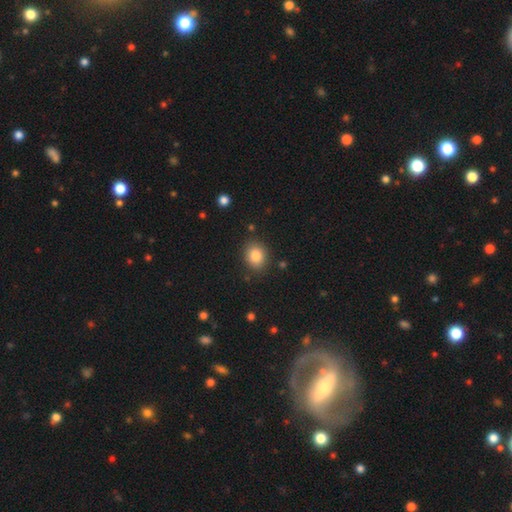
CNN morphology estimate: Smooth or featured: smooth — 84% (star or artifact — 10%)
How rounded: round — 56% (in between — 43%)
Merging: none — 86% (minor disturbance — 9%)